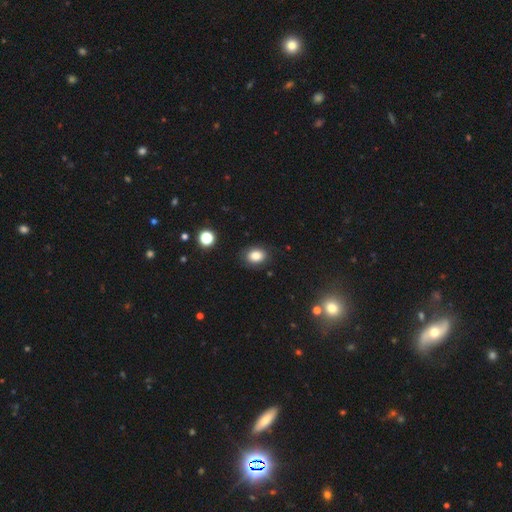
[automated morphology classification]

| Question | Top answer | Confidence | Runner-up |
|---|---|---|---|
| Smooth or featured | smooth | 83% | star or artifact (11%) |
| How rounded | in between | 63% | round (36%) |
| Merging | none | 85% | minor disturbance (11%) |